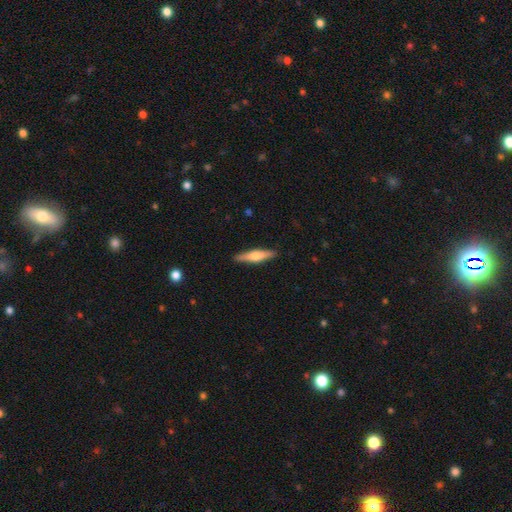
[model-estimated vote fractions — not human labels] Smooth or featured?
  - featured or disk: 49% *
  - smooth: 45%
  - star or artifact: 5%
Merging?
  - none: 90% *
  - minor disturbance: 7%
  - major disturbance: 2%
  - merger: 1%